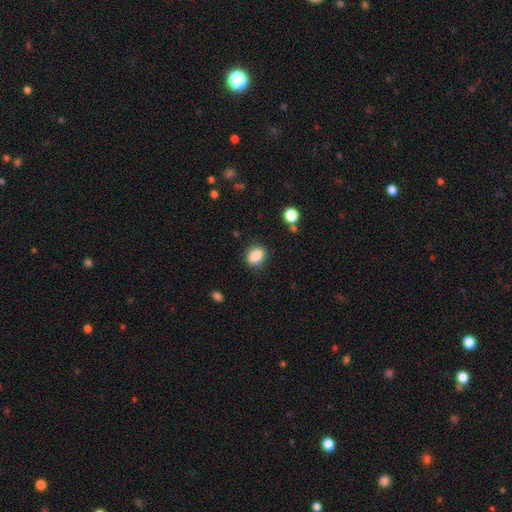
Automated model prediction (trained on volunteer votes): A smooth galaxy with no disk features (85%) that is in between round and cigar-shaped (61%).

Vote fractions:
- Smooth or featured? smooth: 85% / star or artifact: 9% / featured or disk: 6%
- How rounded? in between: 61% / round: 37% / cigar-shaped: 2%
- Merging? none: 83% / minor disturbance: 12% / major disturbance: 3% / merger: 2%